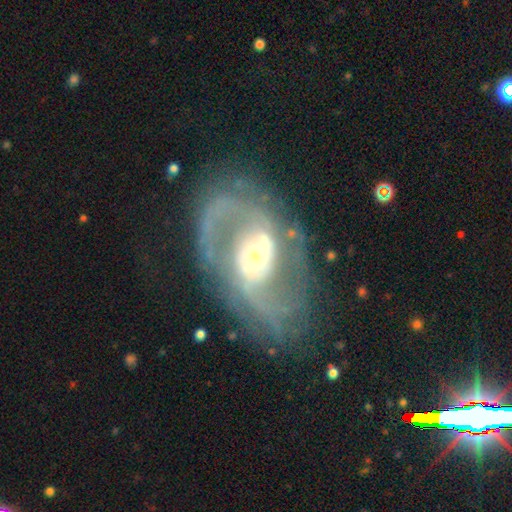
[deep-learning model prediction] A featured or disk galaxy (85%) with a weak bar (40%), 2 (78%) medium (45%) spiral arms (86%) and a moderate central bulge (59%).

Vote fractions:
- Smooth or featured? featured or disk: 85% / smooth: 9% / star or artifact: 6%
- Edge-on disk? no: 95% / yes: 5%
- Bar? weak: 40% / no: 31% / strong: 29%
- Spiral arms? yes: 86% / no: 14%
- Spiral winding? medium: 45% / loose: 32% / tight: 22%
- Spiral arm count? 2: 78% / can't tell: 10% / 1: 5% / 3: 3% / 4: 2% / more than 4: 2%
- Bulge size? moderate: 59% / small: 25% / large: 13% / dominant: 2% / none: 1%
- Merging? none: 63% / major disturbance: 18% / minor disturbance: 16% / merger: 3%